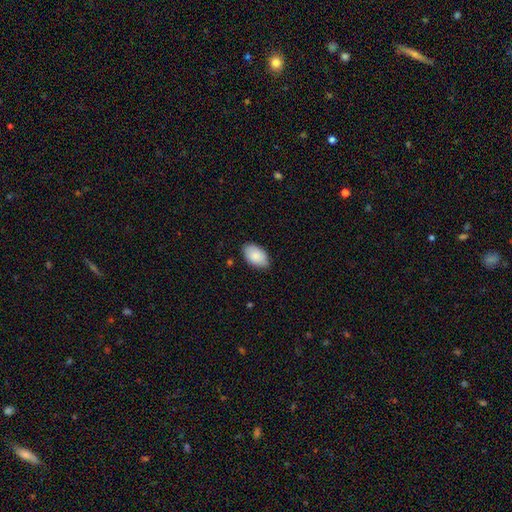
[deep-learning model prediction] Q: Smooth or featured?
A: smooth (88%); runner-up: featured or disk (6%)
Q: How rounded?
A: in between (94%); runner-up: round (5%)
Q: Merging?
A: none (83%); runner-up: minor disturbance (14%)